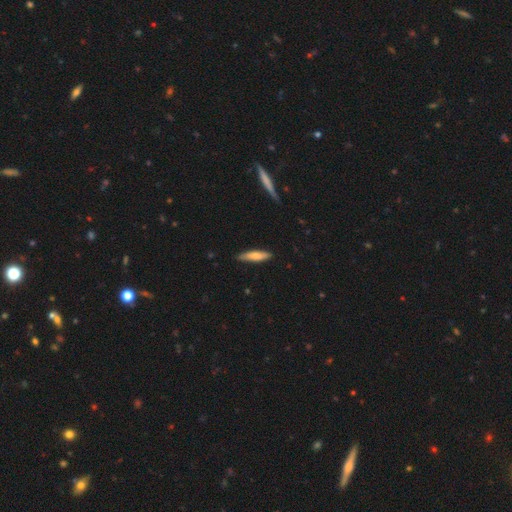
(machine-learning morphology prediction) A smooth galaxy with no disk features (73%) that is cigar-shaped (78%). Merging: none (84%).